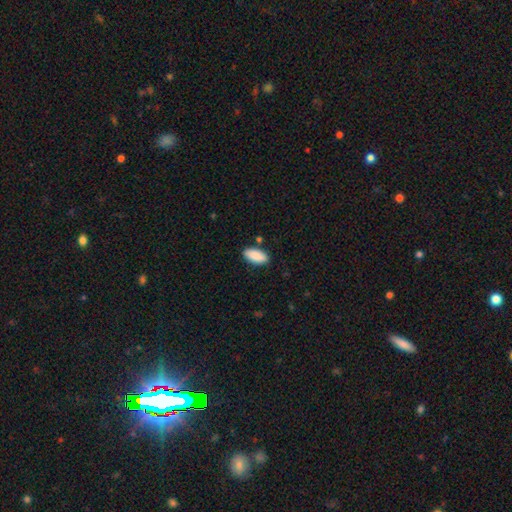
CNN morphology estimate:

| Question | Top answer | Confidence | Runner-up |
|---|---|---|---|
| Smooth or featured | smooth | 89% | star or artifact (6%) |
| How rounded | in between | 91% | cigar-shaped (7%) |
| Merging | none | 85% | minor disturbance (10%) |